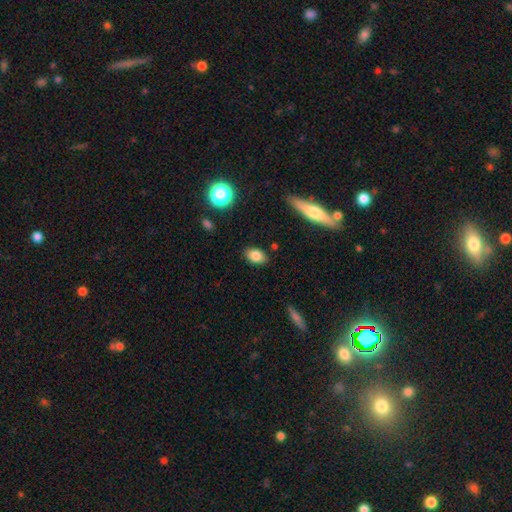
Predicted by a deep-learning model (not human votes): smooth_or_featured: smooth (p=0.82) [alt: star or artifact p=0.10]
how_rounded: in between (p=0.81) [alt: round p=0.17]
merging: none (p=0.85) [alt: minor disturbance p=0.11]